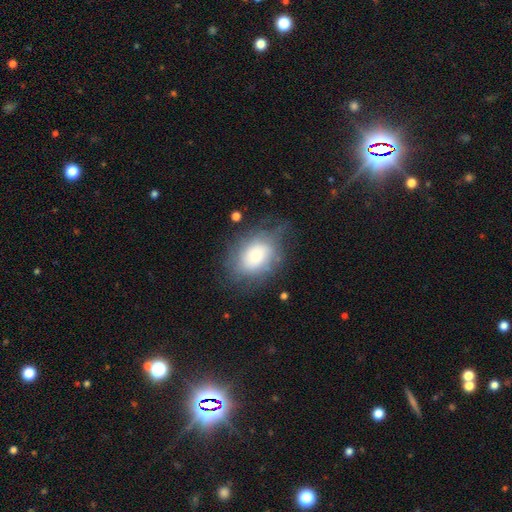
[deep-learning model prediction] This appears to be a smooth galaxy with no disk features (58%) that is in between round and cigar-shaped (66%). Merging: none (54%).